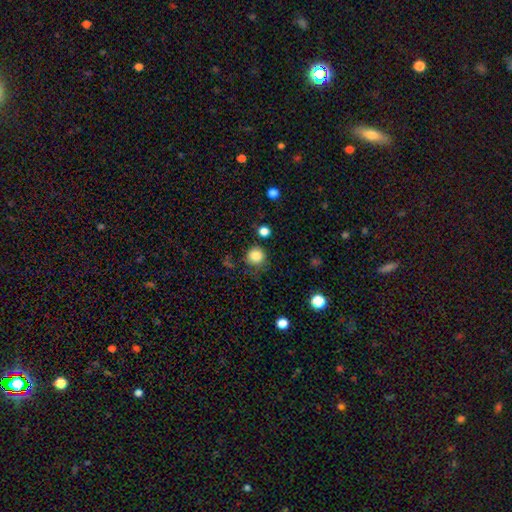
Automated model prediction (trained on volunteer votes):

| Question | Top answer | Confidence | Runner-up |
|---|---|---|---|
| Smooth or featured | smooth | 85% | star or artifact (11%) |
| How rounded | round | 92% | in between (7%) |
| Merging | none | 76% | minor disturbance (15%) |